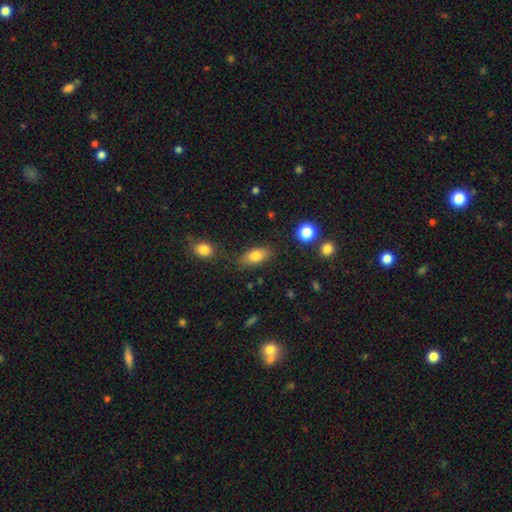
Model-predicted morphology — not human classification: Smooth or featured? smooth (80%)
How rounded? in between (87%)
Merging? none (77%)